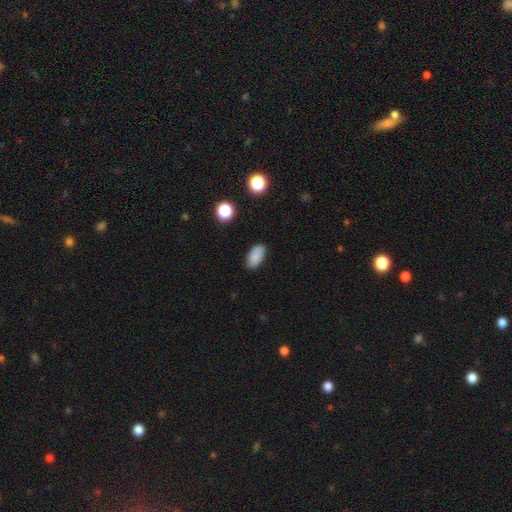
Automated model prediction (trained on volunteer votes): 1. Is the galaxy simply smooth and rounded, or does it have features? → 86% smooth, 9% star or artifact, 5% featured or disk.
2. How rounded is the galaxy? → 93% in between, 5% round, 2% cigar-shaped.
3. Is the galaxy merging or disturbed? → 85% none, 11% minor disturbance, 2% major disturbance, 1% merger.